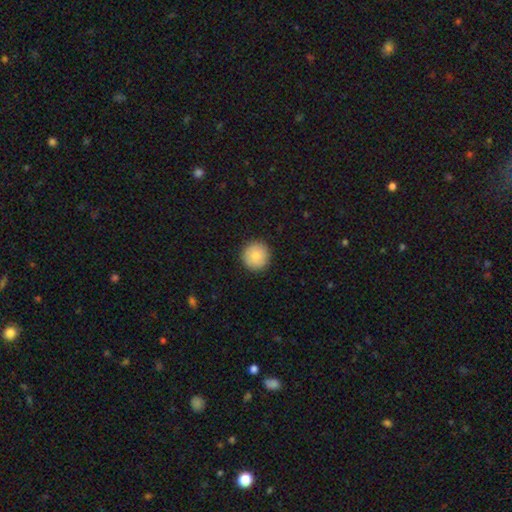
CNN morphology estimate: smooth 84%, featured or disk 8%, star or artifact 8%. Down the decision tree: how rounded — round (95%); merging — none (92%).